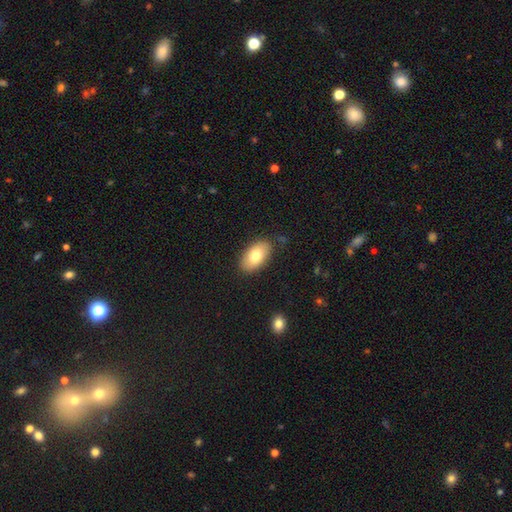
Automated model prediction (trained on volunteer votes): smooth 76%, featured or disk 18%, star or artifact 7%. Down the decision tree: how rounded — in between (93%); merging — none (84%).